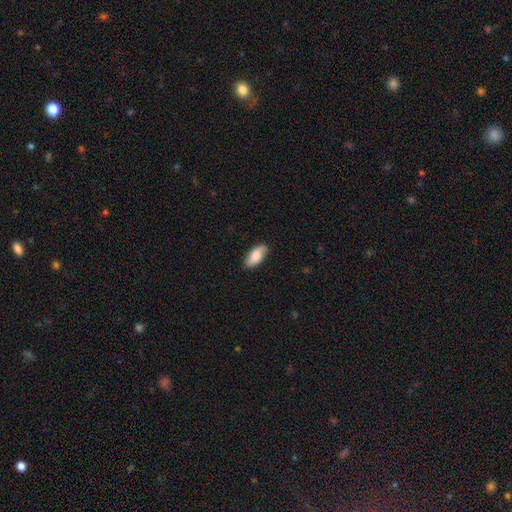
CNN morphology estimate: Q: Smooth or featured?
A: smooth (82%); runner-up: featured or disk (13%)
Q: How rounded?
A: in between (88%); runner-up: cigar-shaped (10%)
Q: Merging?
A: none (86%); runner-up: minor disturbance (11%)